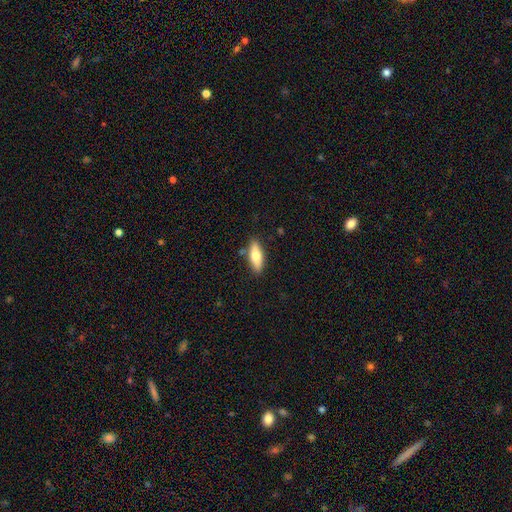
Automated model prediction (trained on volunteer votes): The model was most divided on "how rounded": in between: 59%, cigar-shaped: 39%, round: 2%. More confident: merging — none (82%); smooth or featured — smooth (68%).